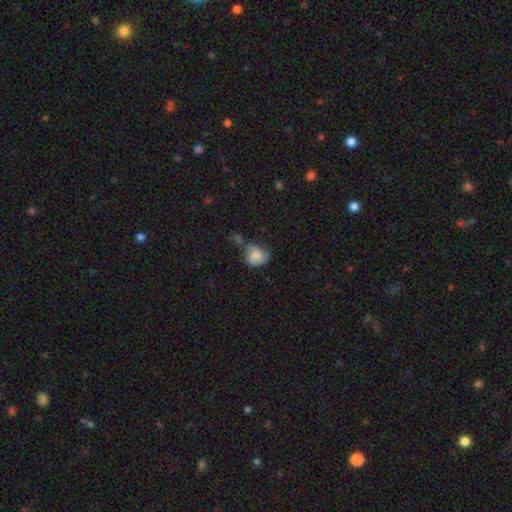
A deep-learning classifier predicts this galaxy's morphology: Overall: smooth (48%; featured or disk 44%). Merging: none (39%; minor disturbance 28%).